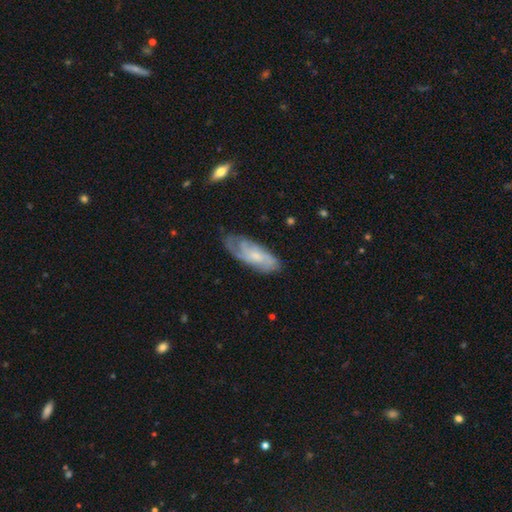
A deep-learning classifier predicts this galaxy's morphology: Smooth or featured? featured or disk (60%)
Edge-on disk? no (87%)
Bar? no (69%)
Spiral arms? yes (84%)
Bulge size? small (58%)
Merging? none (61%)